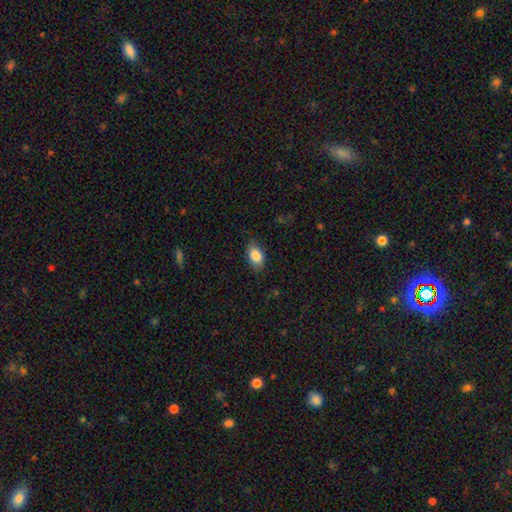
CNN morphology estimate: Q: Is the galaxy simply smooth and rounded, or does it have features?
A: smooth — 84%.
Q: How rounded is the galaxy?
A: in between — 88%.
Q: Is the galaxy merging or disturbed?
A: none — 78%.